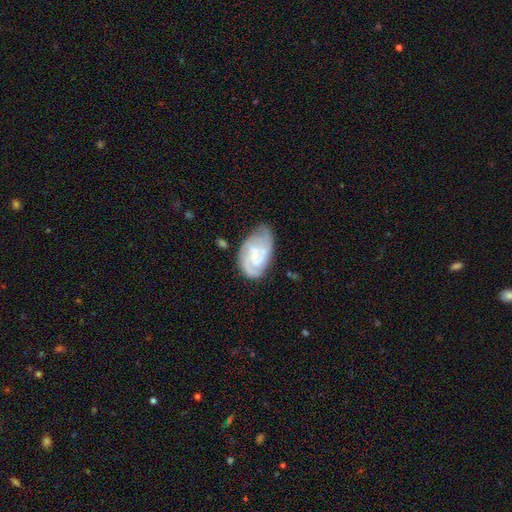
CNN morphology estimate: Q: Smooth or featured?
A: featured or disk (78%); runner-up: smooth (17%)
Q: Edge-on disk?
A: no (97%); runner-up: yes (3%)
Q: Bar?
A: no (58%); runner-up: weak (36%)
Q: Spiral arms?
A: yes (94%); runner-up: no (6%)
Q: Spiral winding?
A: tight (56%); runner-up: medium (36%)
Q: Spiral arm count?
A: 2 (40%); runner-up: can't tell (25%)
Q: Bulge size?
A: small (69%); runner-up: moderate (22%)
Q: Merging?
A: none (56%); runner-up: minor disturbance (30%)